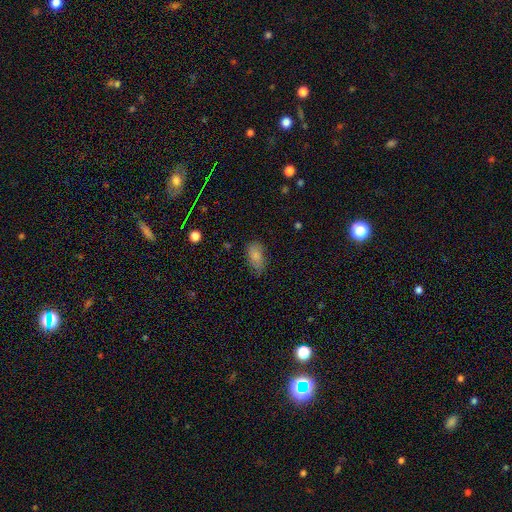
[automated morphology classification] smooth-or-featured: smooth: 81% | featured or disk: 10% | star or artifact: 9%
  how-rounded: in between: 91% | round: 5% | cigar-shaped: 3%
  merging: none: 70% | minor disturbance: 23% | major disturbance: 6% | merger: 2%